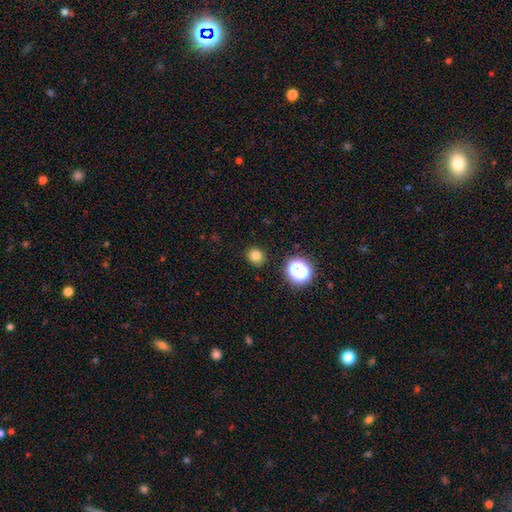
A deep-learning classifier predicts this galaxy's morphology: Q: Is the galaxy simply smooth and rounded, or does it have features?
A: smooth — 78%.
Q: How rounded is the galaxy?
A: round — 80%.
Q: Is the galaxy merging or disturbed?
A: none — 88%.